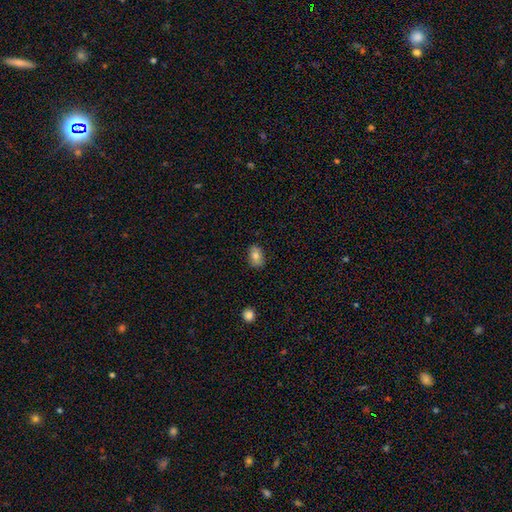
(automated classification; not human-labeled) Smooth or featured? smooth (79%)
How rounded? in between (78%)
Merging? none (81%)